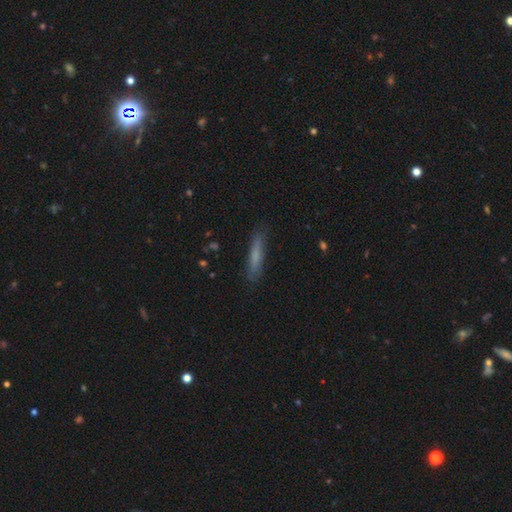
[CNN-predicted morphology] Smooth or featured? Predicted: smooth (p=0.71). How rounded? Predicted: cigar-shaped (p=0.89). Merging? Predicted: none (p=0.85).